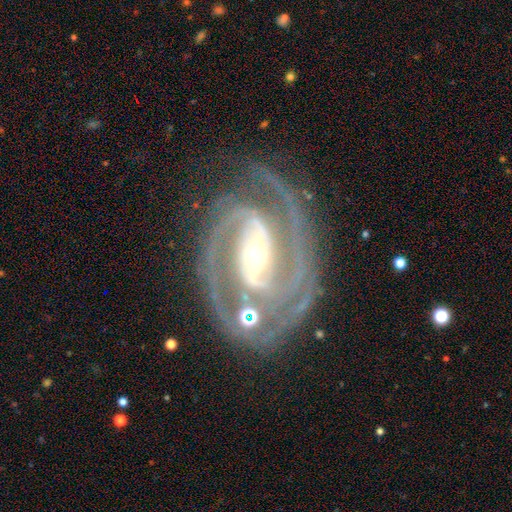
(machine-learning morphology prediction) A featured or disk galaxy (93%) with a strong bar (65%), 2 (77%) medium (49%) spiral arms (99%) and a moderate central bulge (60%).

Vote fractions:
- Smooth or featured? featured or disk: 93% / star or artifact: 4% / smooth: 3%
- Edge-on disk? no: 97% / yes: 3%
- Bar? strong: 65% / weak: 26% / no: 9%
- Spiral arms? yes: 99% / no: 1%
- Spiral winding? medium: 49% / tight: 44% / loose: 7%
- Spiral arm count? 2: 77% / 3: 11% / can't tell: 4% / 4: 3% / 1: 3% / more than 4: 3%
- Bulge size? moderate: 60% / small: 30% / large: 8% / none: 1% / dominant: 1%
- Merging? none: 70% / minor disturbance: 16% / major disturbance: 8% / merger: 5%